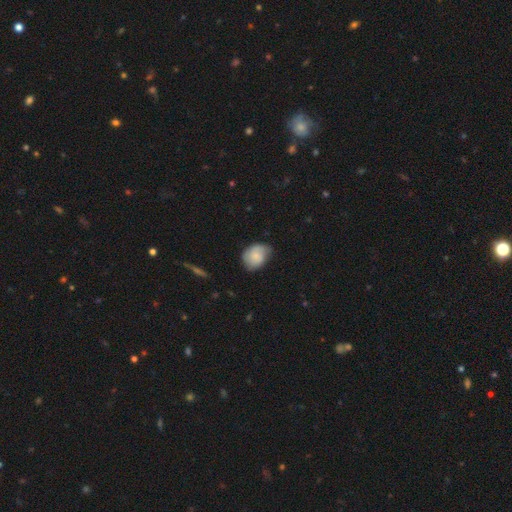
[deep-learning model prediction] Q: Smooth or featured?
A: smooth (68%); runner-up: featured or disk (25%)
Q: How rounded?
A: in between (56%); runner-up: round (43%)
Q: Merging?
A: none (53%); runner-up: minor disturbance (36%)